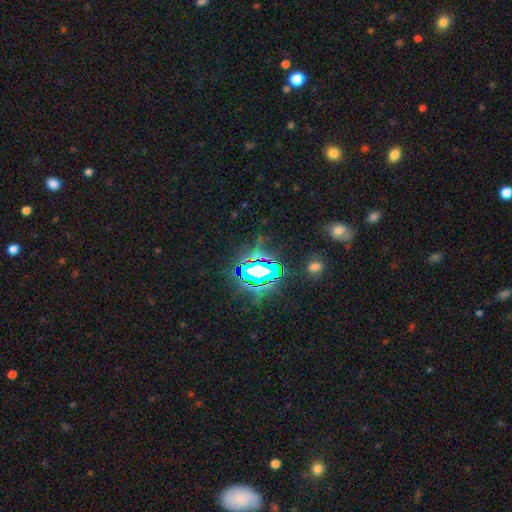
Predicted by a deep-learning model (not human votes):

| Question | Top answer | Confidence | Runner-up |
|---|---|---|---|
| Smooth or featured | star or artifact | 80% | smooth (12%) |